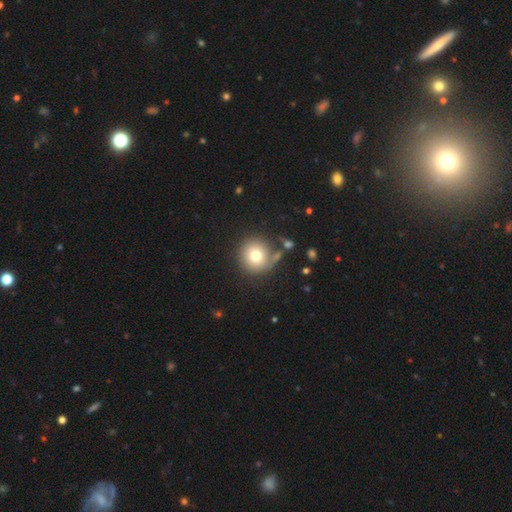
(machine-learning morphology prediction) Overall: smooth (75%). How rounded: round (93%). Merging: none (74%).